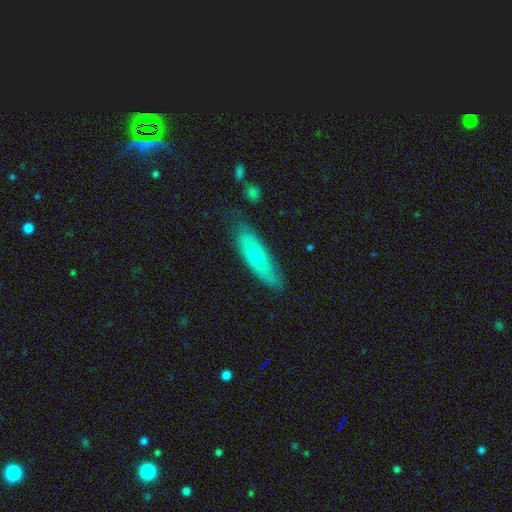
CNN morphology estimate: smooth 60%, featured or disk 34%, star or artifact 6%. Down the decision tree: how rounded — cigar-shaped (61%); merging — none (76%).